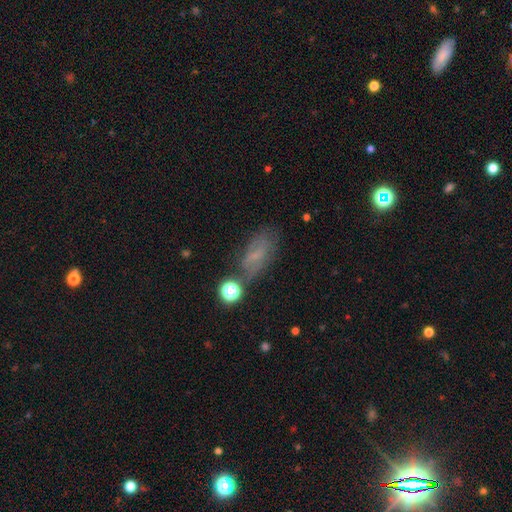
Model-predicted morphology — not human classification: Q: Smooth or featured?
A: smooth (48%); runner-up: featured or disk (34%)
Q: Merging?
A: none (56%); runner-up: minor disturbance (23%)